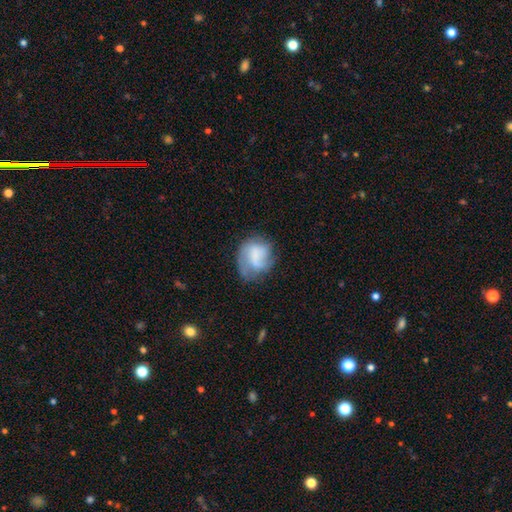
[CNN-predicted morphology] smooth-or-featured: smooth: 50% | featured or disk: 41% | star or artifact: 9%
  how-rounded: round: 54% | in between: 44% | cigar-shaped: 1%
  merging: none: 43% | minor disturbance: 30% | major disturbance: 25% | merger: 3%